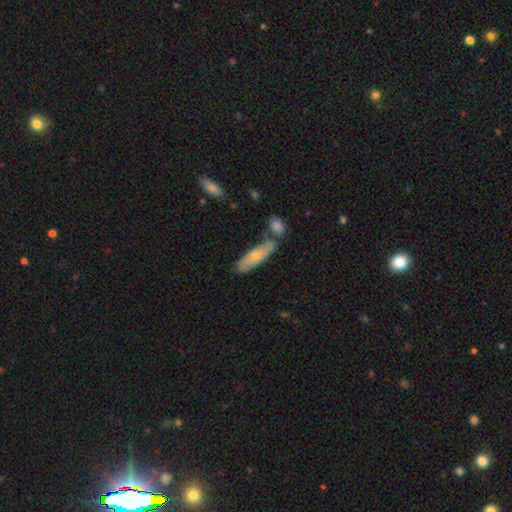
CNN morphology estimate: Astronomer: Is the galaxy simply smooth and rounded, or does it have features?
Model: smooth — 60%.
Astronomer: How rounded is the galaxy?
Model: cigar-shaped — 54% (runner-up: in between, 44%).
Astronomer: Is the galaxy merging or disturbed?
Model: none — 64%.